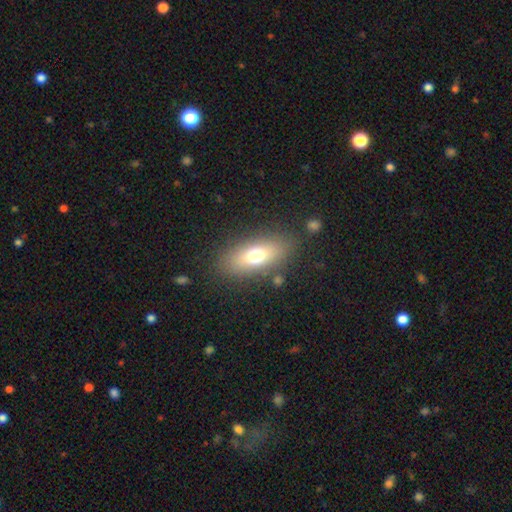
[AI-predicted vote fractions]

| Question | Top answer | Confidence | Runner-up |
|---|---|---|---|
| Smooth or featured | smooth | 69% | featured or disk (20%) |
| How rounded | in between | 78% | cigar-shaped (13%) |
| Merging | none | 82% | minor disturbance (10%) |